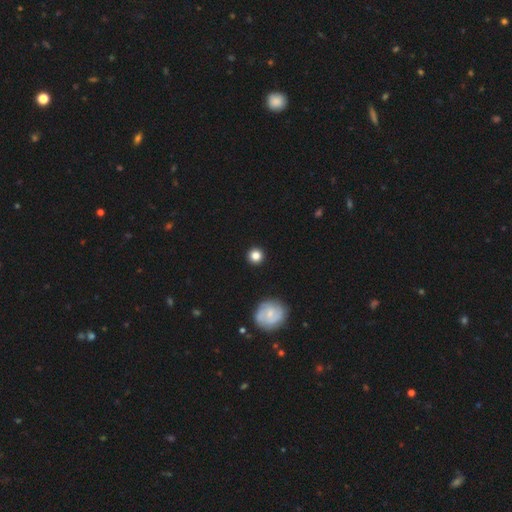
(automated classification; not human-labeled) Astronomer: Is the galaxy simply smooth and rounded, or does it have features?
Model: smooth — 84%.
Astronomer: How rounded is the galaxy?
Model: round — 95%.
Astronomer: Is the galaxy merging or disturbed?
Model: none — 92%.